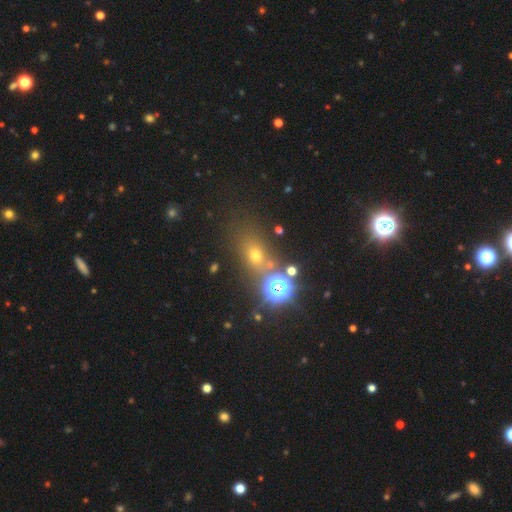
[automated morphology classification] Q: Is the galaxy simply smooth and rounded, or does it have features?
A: smooth — 53%.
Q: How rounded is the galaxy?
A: in between — 50%.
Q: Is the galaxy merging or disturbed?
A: none — 66%.